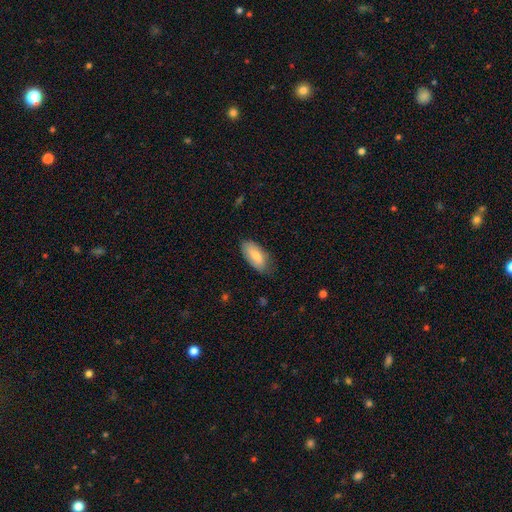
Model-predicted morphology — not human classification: smooth-or-featured: smooth: 83% | featured or disk: 11% | star or artifact: 6%
  how-rounded: in between: 90% | cigar-shaped: 9% | round: 2%
  merging: none: 73% | minor disturbance: 22% | major disturbance: 4% | merger: 1%